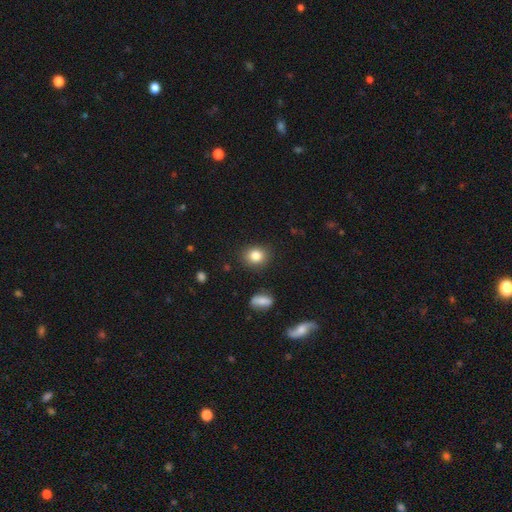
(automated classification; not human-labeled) Smooth or featured? smooth (83%)
How rounded? round (66%)
Merging? none (87%)